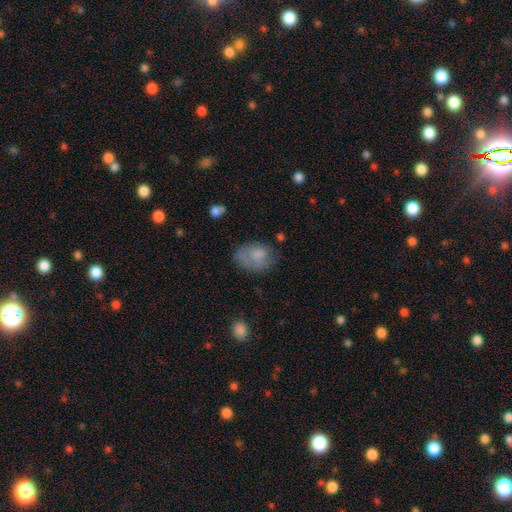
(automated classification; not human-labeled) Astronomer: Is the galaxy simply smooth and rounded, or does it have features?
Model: smooth — 73%.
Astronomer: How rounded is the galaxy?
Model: in between — 78%.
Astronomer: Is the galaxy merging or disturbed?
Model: none — 52% (runner-up: minor disturbance, 29%).